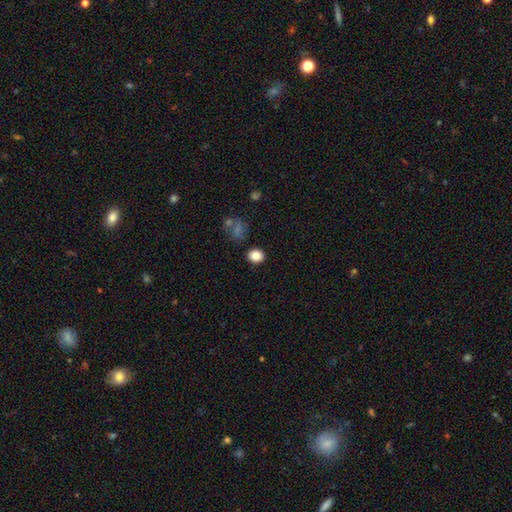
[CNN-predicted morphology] Smooth or featured?
  - smooth: 84% *
  - star or artifact: 11%
  - featured or disk: 6%
How rounded?
  - round: 65% *
  - in between: 34%
  - cigar-shaped: 1%
Merging?
  - none: 87% *
  - minor disturbance: 8%
  - merger: 3%
  - major disturbance: 3%